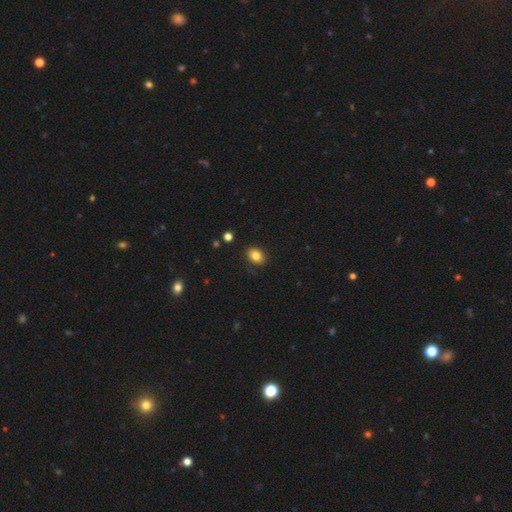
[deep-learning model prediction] Morphology: type=smooth (82%); roundness=in between (62%); merging=none (87%).